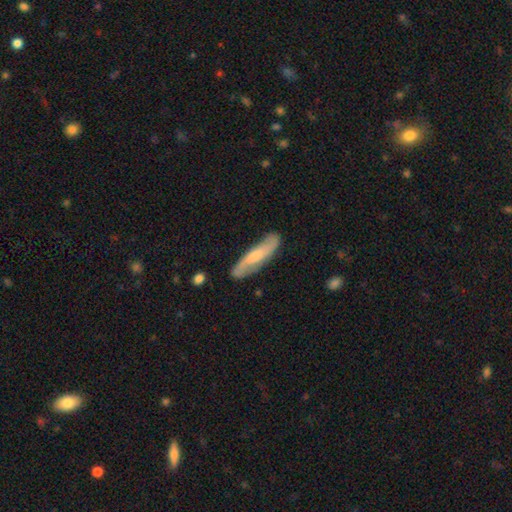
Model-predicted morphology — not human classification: Smooth or featured? featured or disk (56%)
Edge-on disk? no (69%)
Merging? none (82%)